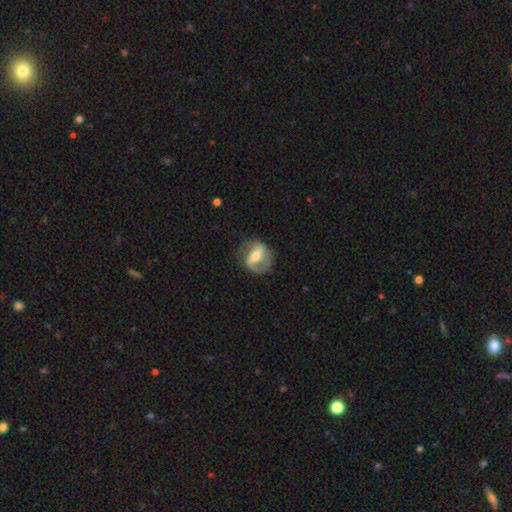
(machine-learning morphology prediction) Smooth or featured? Predicted: featured or disk (p=0.77). Edge-on disk? Predicted: no (p=0.96). Bar? Predicted: strong (p=0.52). Spiral arms? Predicted: yes (p=0.86). Spiral winding? Predicted: medium (p=0.47). Spiral arm count? Predicted: 2 (p=0.78). Bulge size? Predicted: moderate (p=0.57). Merging? Predicted: none (p=0.73).